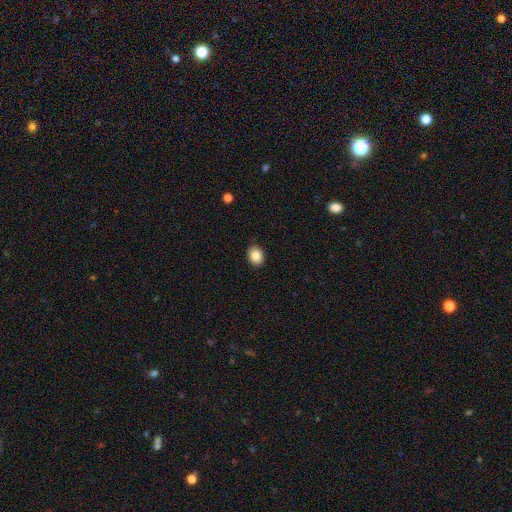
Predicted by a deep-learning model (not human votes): Overall: smooth (85%). How rounded: in between (54%; round 46%). Merging: none (90%).